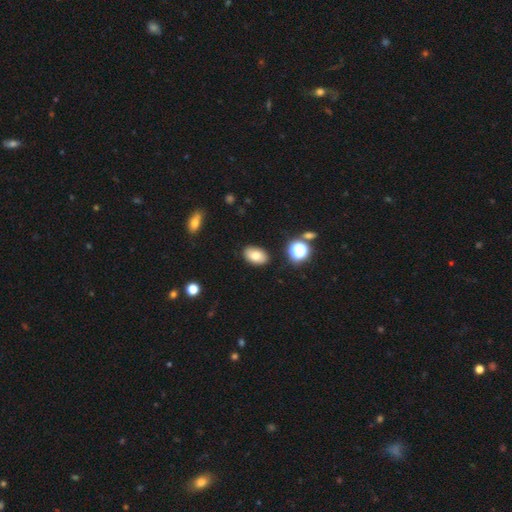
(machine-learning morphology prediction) A smooth galaxy with no disk features (79%) that is in between round and cigar-shaped (89%). Merging: none (86%).